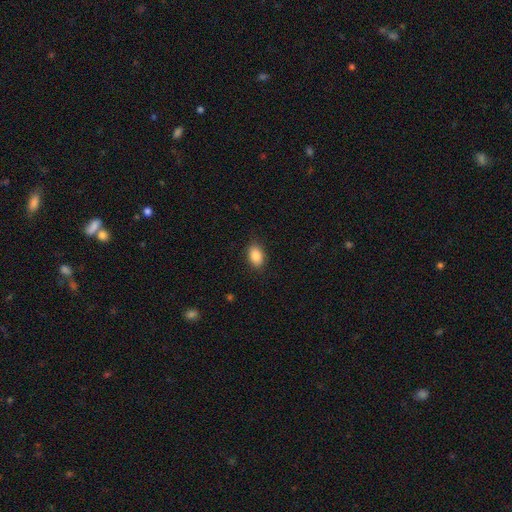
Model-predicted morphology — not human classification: smooth_or_featured: smooth (p=0.88) [alt: star or artifact p=0.08]
how_rounded: in between (p=0.88) [alt: round p=0.11]
merging: none (p=0.87) [alt: minor disturbance p=0.09]